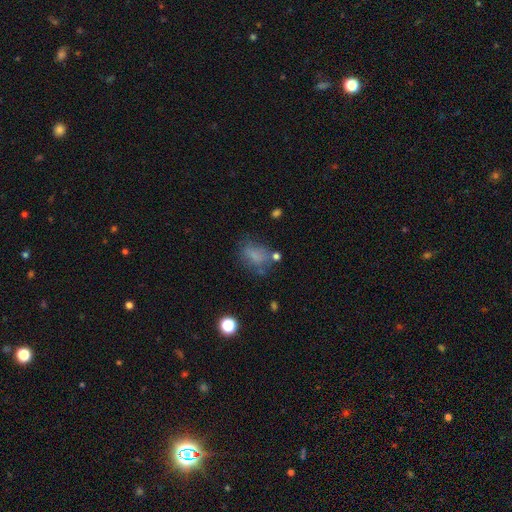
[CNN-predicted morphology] A smooth galaxy with no disk features (68%) that is in between round and cigar-shaped (71%).

Vote fractions:
- Smooth or featured? smooth: 68% / featured or disk: 18% / star or artifact: 15%
- How rounded? in between: 71% / round: 27% / cigar-shaped: 2%
- Merging? none: 51% / minor disturbance: 24% / major disturbance: 17% / merger: 8%